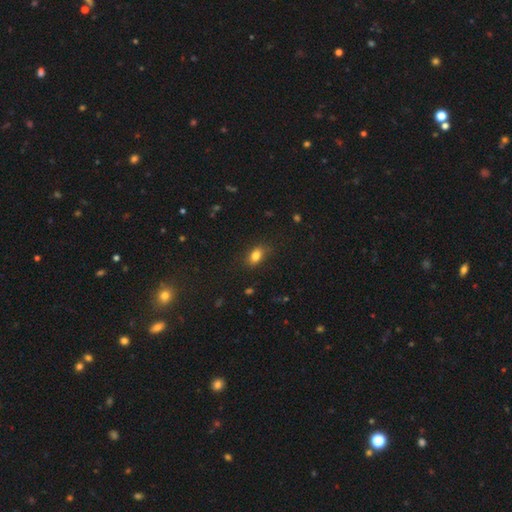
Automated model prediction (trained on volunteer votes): The model was most divided on "merging": none: 81%, minor disturbance: 14%, major disturbance: 4%, merger: 1%. More confident: smooth or featured — smooth (82%); how rounded — in between (82%).